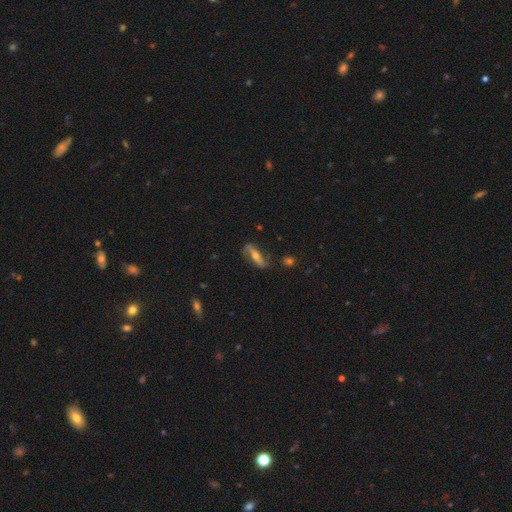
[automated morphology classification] A featured or disk galaxy (67%).

Vote fractions:
- Smooth or featured? featured or disk: 67% / smooth: 26% / star or artifact: 7%
- Edge-on disk? no: 66% / yes: 34%
- Merging? none: 74% / minor disturbance: 17% / major disturbance: 6% / merger: 2%